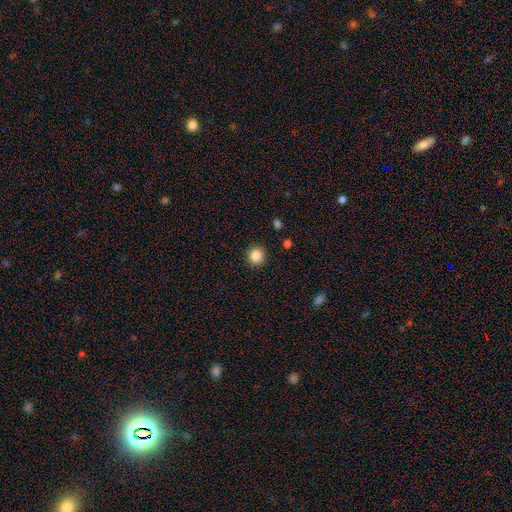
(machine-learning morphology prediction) This is clearly a smooth galaxy (86%). How rounded: clearly round (90%). Merging: clearly none (90%).